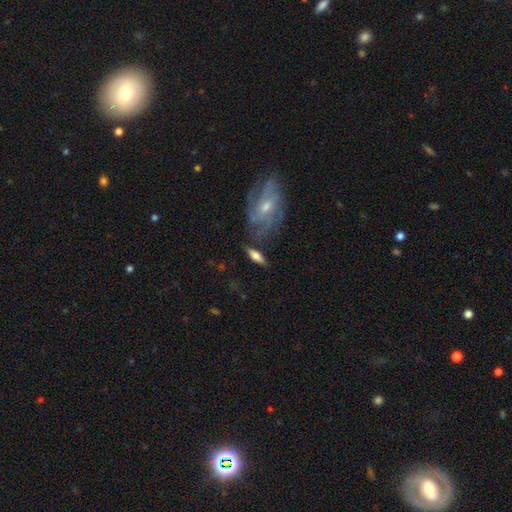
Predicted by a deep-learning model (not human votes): This is likely a smooth galaxy (61%). How rounded: possibly in between (60%). Merging: likely none (71%).